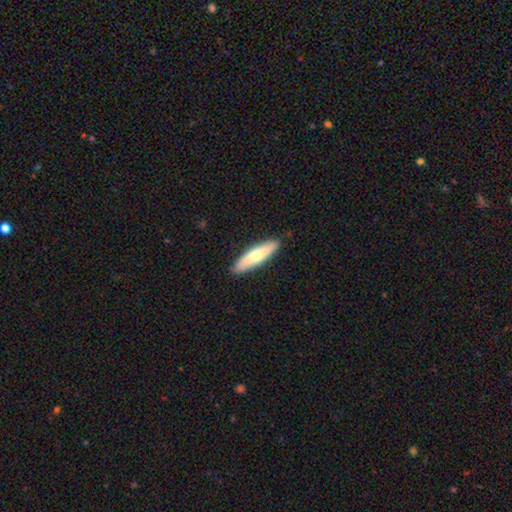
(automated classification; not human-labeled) A smooth galaxy with no disk features (63%) that is cigar-shaped (69%).

Vote fractions:
- Smooth or featured? smooth: 63% / featured or disk: 32% / star or artifact: 5%
- How rounded? cigar-shaped: 69% / in between: 29% / round: 2%
- Merging? none: 89% / minor disturbance: 9% / major disturbance: 2% / merger: 1%